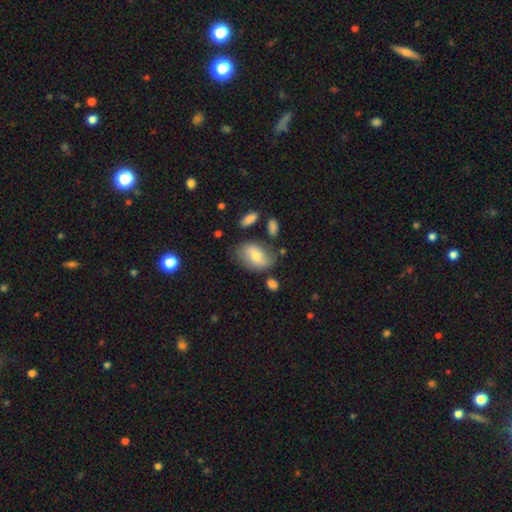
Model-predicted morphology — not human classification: smooth_or_featured: smooth (p=0.57) [alt: featured or disk p=0.35]
how_rounded: in between (p=0.84) [alt: round p=0.14]
merging: none (p=0.62) [alt: minor disturbance p=0.24]